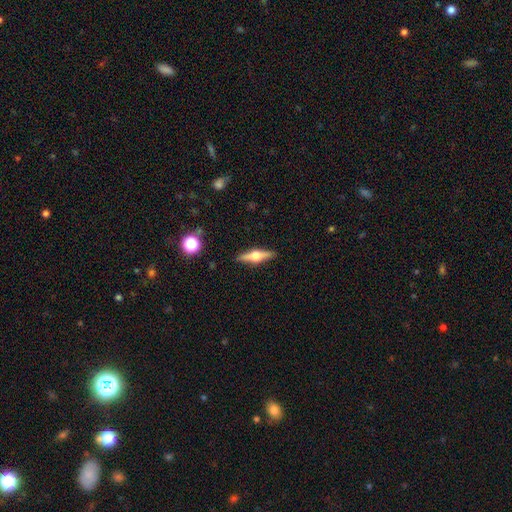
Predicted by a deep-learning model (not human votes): Smooth or featured?
  - featured or disk: 70% *
  - smooth: 24%
  - star or artifact: 6%
Edge-on disk?
  - yes: 97% *
  - no: 3%
Edge-on bulge?
  - rounded: 94% *
  - boxy: 4%
  - none: 2%
Merging?
  - none: 90% *
  - minor disturbance: 7%
  - major disturbance: 2%
  - merger: 1%